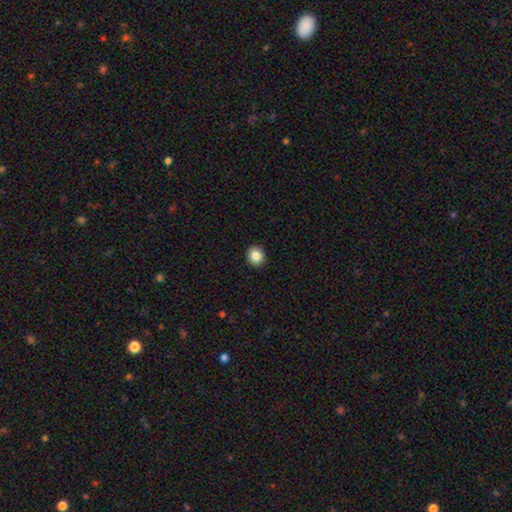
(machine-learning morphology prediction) smooth_or_featured: smooth (p=0.85) [alt: star or artifact p=0.09]
how_rounded: round (p=0.81) [alt: in between p=0.18]
merging: none (p=0.93) [alt: minor disturbance p=0.05]